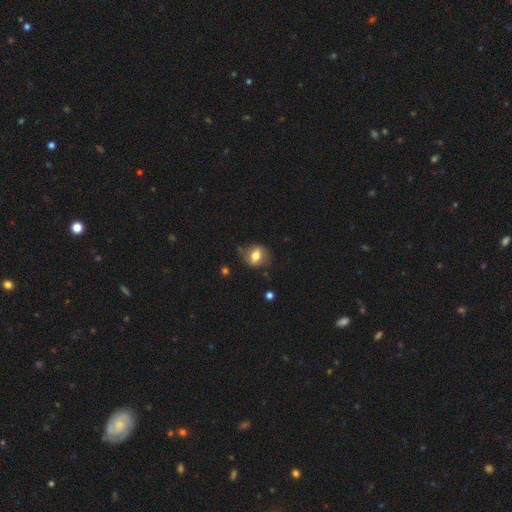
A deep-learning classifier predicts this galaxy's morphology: This is likely a smooth galaxy (69%). How rounded: possibly in between (55%). Merging: likely none (67%).